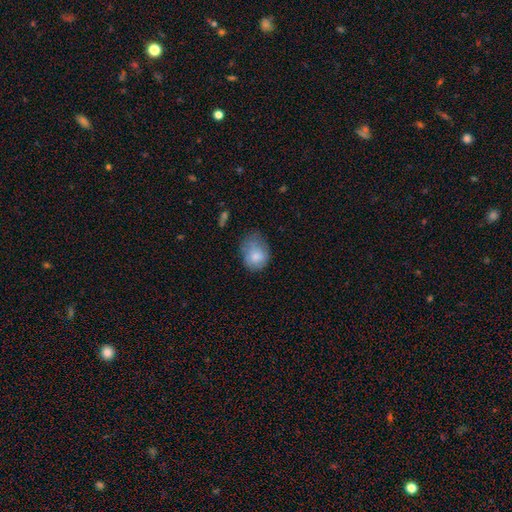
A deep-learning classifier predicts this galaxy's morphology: A smooth galaxy with no disk features (79%) that is in between round and cigar-shaped (57%). Merging: none (41%).